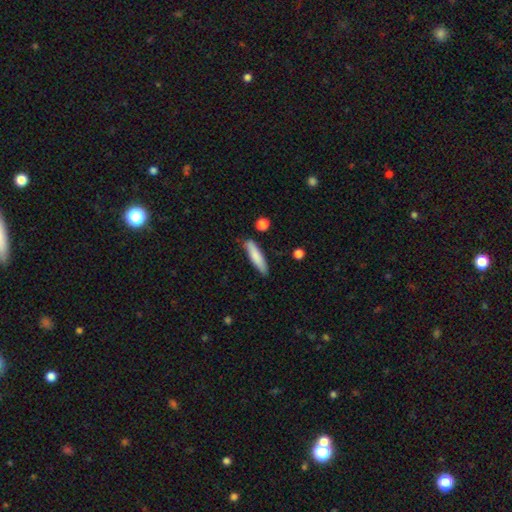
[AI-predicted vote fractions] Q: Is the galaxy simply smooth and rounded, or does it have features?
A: smooth — 82%.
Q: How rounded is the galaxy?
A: cigar-shaped — 78%.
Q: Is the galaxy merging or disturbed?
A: none — 82%.